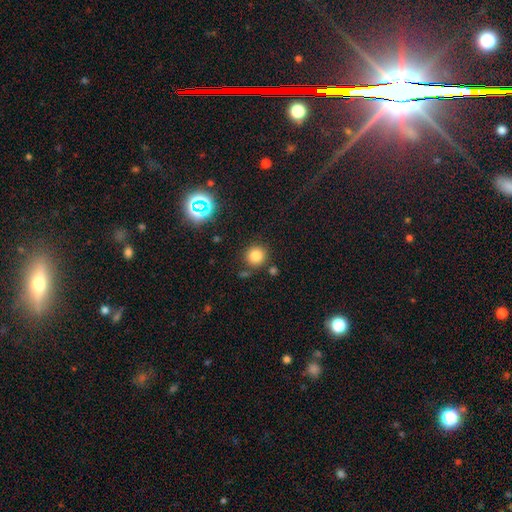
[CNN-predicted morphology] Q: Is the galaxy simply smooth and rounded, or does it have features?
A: smooth — 80%.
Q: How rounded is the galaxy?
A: round — 92%.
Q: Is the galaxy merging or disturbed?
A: none — 82%.